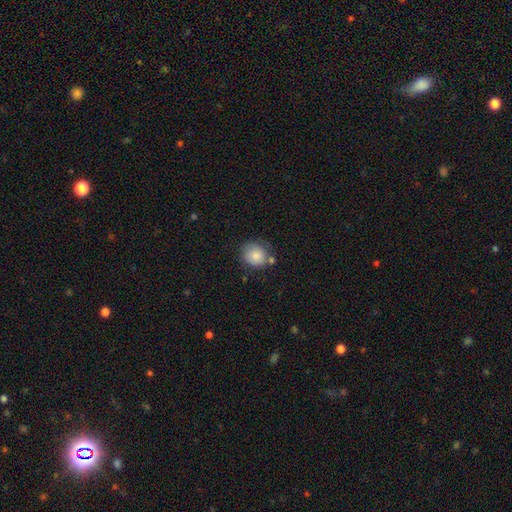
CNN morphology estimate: Smooth or featured? smooth (83%)
How rounded? round (80%)
Merging? none (66%)